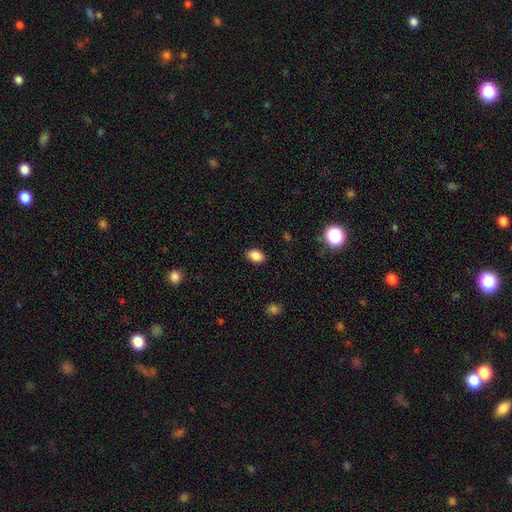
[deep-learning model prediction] This appears to be a smooth galaxy with no disk features (86%) that is in between round and cigar-shaped (80%). Merging: none (88%).